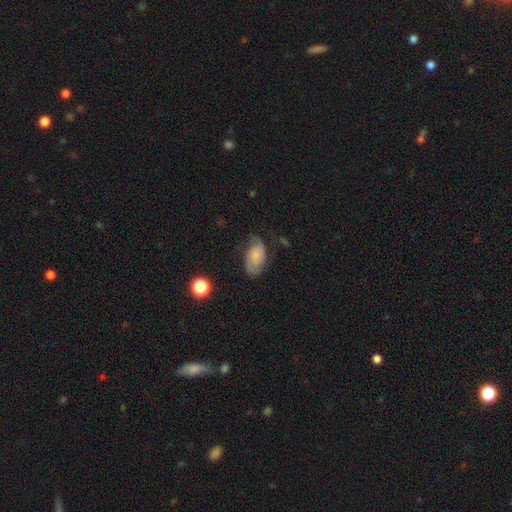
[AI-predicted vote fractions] Smooth or featured? Predicted: featured or disk (p=0.52). Edge-on disk? Predicted: no (p=0.96). Merging? Predicted: none (p=0.62).